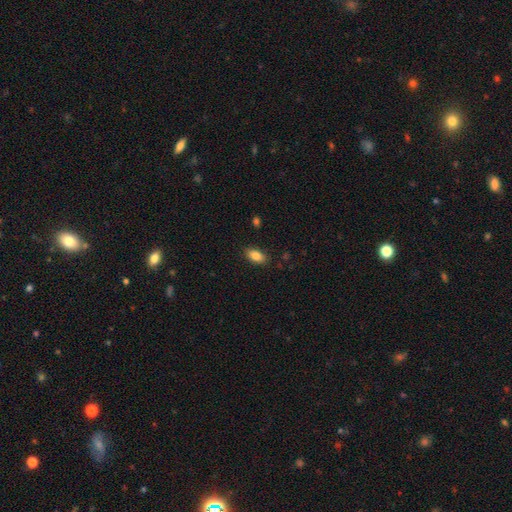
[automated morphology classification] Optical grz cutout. It shows a smooth galaxy with no disk features (84%) that is in between round and cigar-shaped (91%). Merging: none (87%).